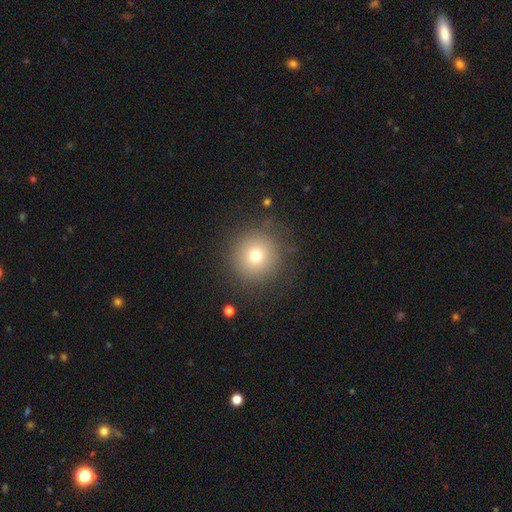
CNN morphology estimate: A smooth galaxy with no disk features (72%) that is round (95%).

Vote fractions:
- Smooth or featured? smooth: 72% / star or artifact: 15% / featured or disk: 12%
- How rounded? round: 95% / in between: 4% / cigar-shaped: 1%
- Merging? none: 86% / minor disturbance: 9% / major disturbance: 4% / merger: 1%